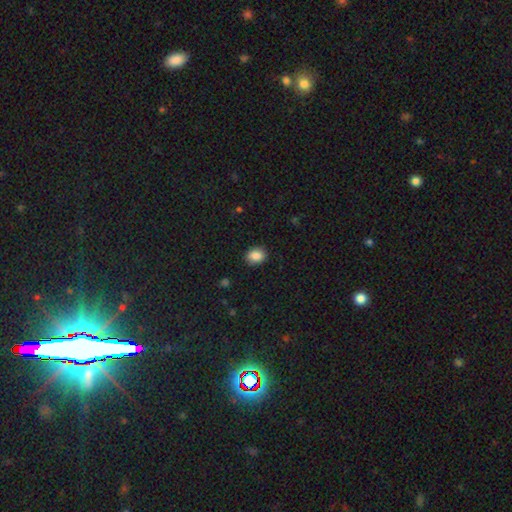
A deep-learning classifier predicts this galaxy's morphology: A smooth galaxy with no disk features (87%) that is round (51%).

Vote fractions:
- Smooth or featured? smooth: 87% / star or artifact: 9% / featured or disk: 5%
- How rounded? round: 51% / in between: 48% / cigar-shaped: 1%
- Merging? none: 90% / minor disturbance: 7% / major disturbance: 2% / merger: 1%